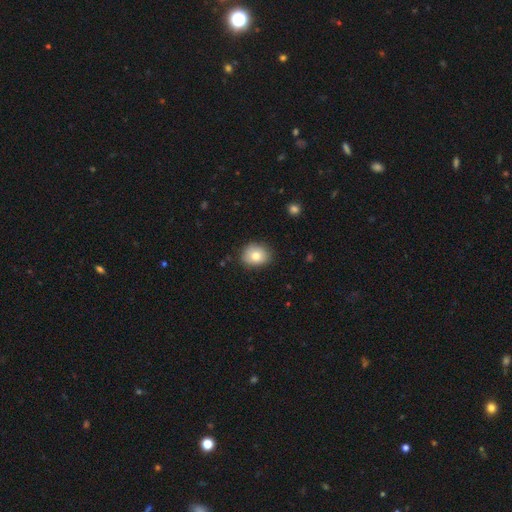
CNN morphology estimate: Smooth or featured?
  - smooth: 79% *
  - featured or disk: 13%
  - star or artifact: 9%
How rounded?
  - round: 59% *
  - in between: 41%
  - cigar-shaped: 1%
Merging?
  - none: 79% *
  - minor disturbance: 17%
  - major disturbance: 3%
  - merger: 1%